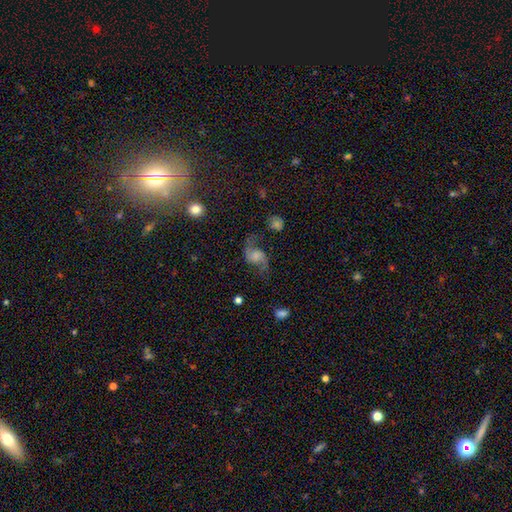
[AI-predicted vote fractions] A featured or disk galaxy (84%) with no bar (60%), 2 (93%) loose (73%) spiral arms (96%) and a small central bulge (33%).

Vote fractions:
- Smooth or featured? featured or disk: 84% / smooth: 9% / star or artifact: 7%
- Edge-on disk? no: 98% / yes: 2%
- Bar? no: 60% / weak: 33% / strong: 7%
- Spiral arms? yes: 96% / no: 4%
- Spiral winding? loose: 73% / medium: 23% / tight: 4%
- Spiral arm count? 2: 93% / 1: 2% / can't tell: 2% / 3: 1% / 4: 1% / more than 4: 1%
- Bulge size? small: 33% / moderate: 31% / none: 22% / large: 12% / dominant: 3%
- Merging? none: 68% / minor disturbance: 16% / major disturbance: 12% / merger: 4%